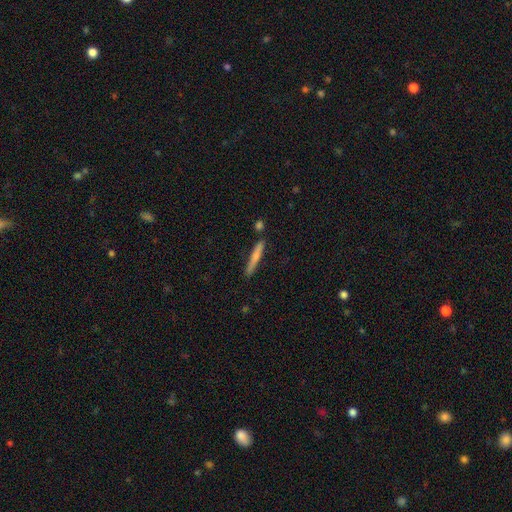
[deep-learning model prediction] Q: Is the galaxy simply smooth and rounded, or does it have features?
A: smooth — 64%.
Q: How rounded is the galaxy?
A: cigar-shaped — 95%.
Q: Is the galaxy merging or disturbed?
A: none — 81%.